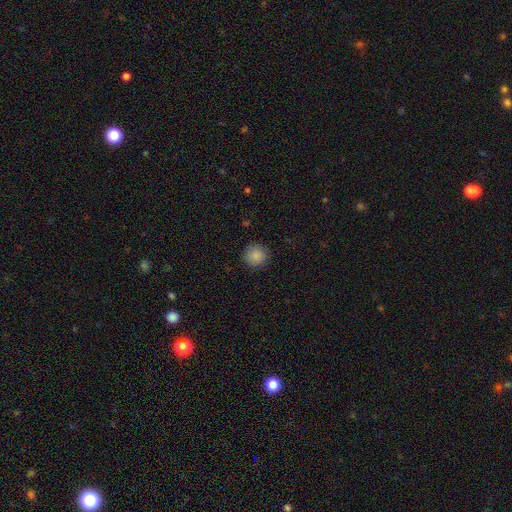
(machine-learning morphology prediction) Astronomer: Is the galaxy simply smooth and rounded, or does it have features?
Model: smooth — 87%.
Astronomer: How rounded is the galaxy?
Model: round — 94%.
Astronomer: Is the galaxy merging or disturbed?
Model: none — 90%.